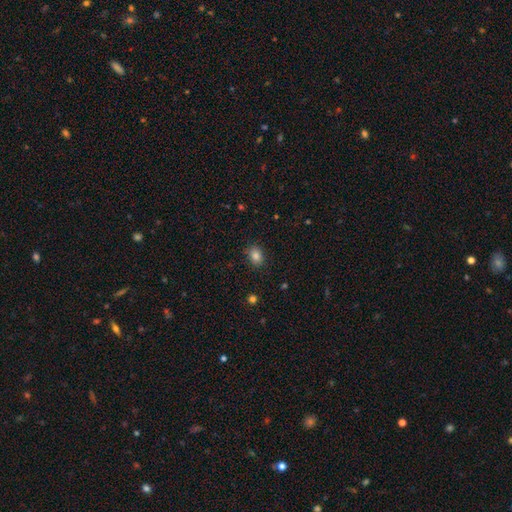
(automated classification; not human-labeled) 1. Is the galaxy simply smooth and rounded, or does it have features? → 84% smooth, 11% star or artifact, 6% featured or disk.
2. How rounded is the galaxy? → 65% in between, 34% round, 1% cigar-shaped.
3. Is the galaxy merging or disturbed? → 86% none, 10% minor disturbance, 3% major disturbance, 1% merger.